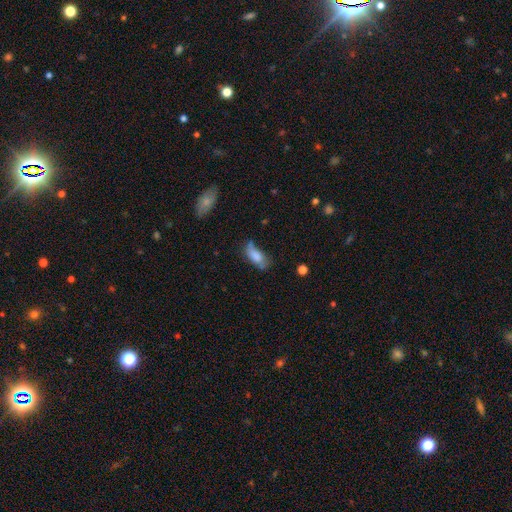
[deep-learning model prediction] Smooth or featured? smooth (74%)
How rounded? in between (84%)
Merging? none (40%)